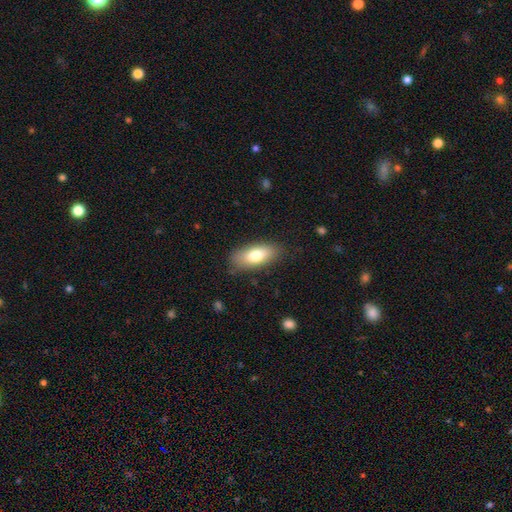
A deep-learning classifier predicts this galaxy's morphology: A smooth galaxy with no disk features (74%) that is in between round and cigar-shaped (83%).

Vote fractions:
- Smooth or featured? smooth: 74% / featured or disk: 19% / star or artifact: 7%
- How rounded? in between: 83% / cigar-shaped: 14% / round: 3%
- Merging? none: 82% / minor disturbance: 13% / major disturbance: 3% / merger: 1%